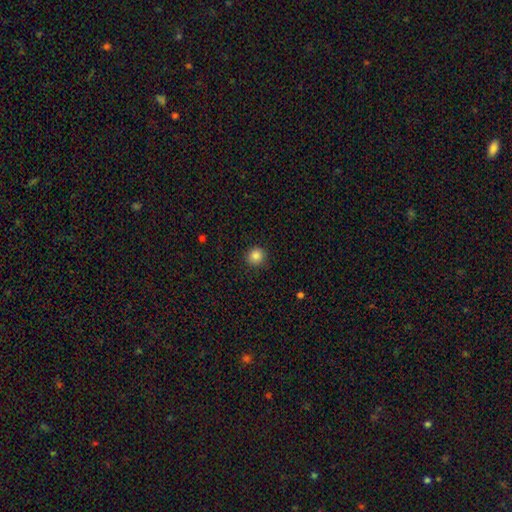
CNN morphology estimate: This appears to be a smooth galaxy with no disk features (86%) that is round (91%). Merging: none (91%).